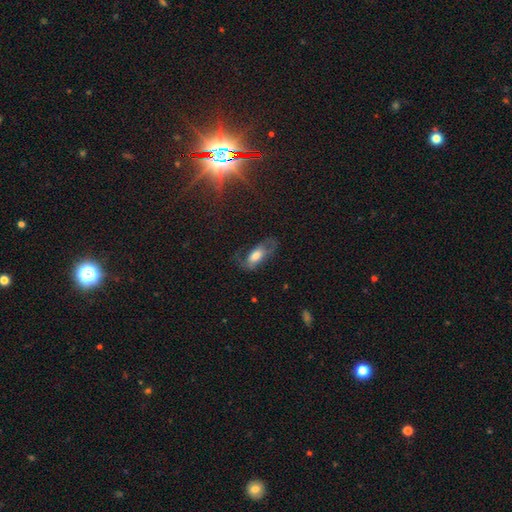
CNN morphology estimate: Q: Smooth or featured?
A: smooth (51%); runner-up: featured or disk (40%)
Q: How rounded?
A: in between (83%); runner-up: cigar-shaped (13%)
Q: Merging?
A: none (44%); runner-up: major disturbance (28%)